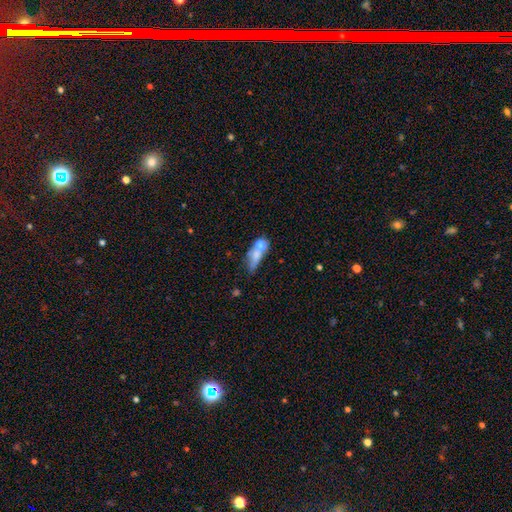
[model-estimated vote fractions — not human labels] Smooth or featured?
  - smooth: 60% *
  - featured or disk: 28%
  - star or artifact: 11%
How rounded?
  - in between: 54% *
  - round: 25%
  - cigar-shaped: 20%
Merging?
  - merger: 48% *
  - none: 25%
  - major disturbance: 15%
  - minor disturbance: 13%